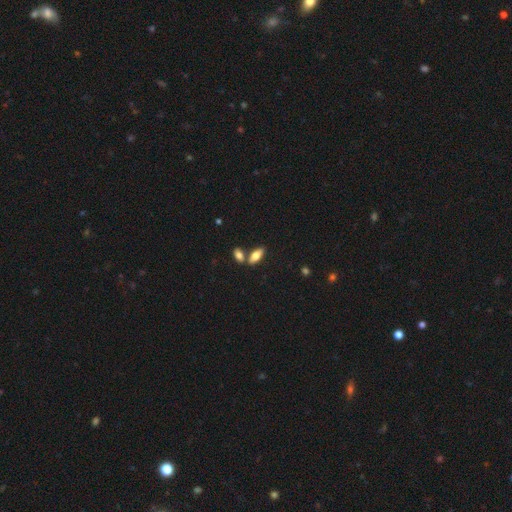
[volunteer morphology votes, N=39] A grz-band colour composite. It shows a smooth galaxy with no disk features (77%) that is in between round and cigar-shaped (93%). Merging: none (53%).